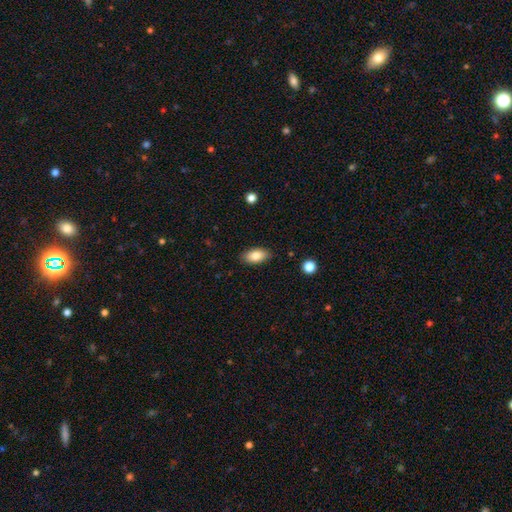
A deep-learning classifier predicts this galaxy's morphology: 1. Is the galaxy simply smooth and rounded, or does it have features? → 84% smooth, 9% featured or disk, 7% star or artifact.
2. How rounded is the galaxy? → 92% in between, 4% round, 4% cigar-shaped.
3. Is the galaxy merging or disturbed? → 85% none, 11% minor disturbance, 2% major disturbance, 1% merger.